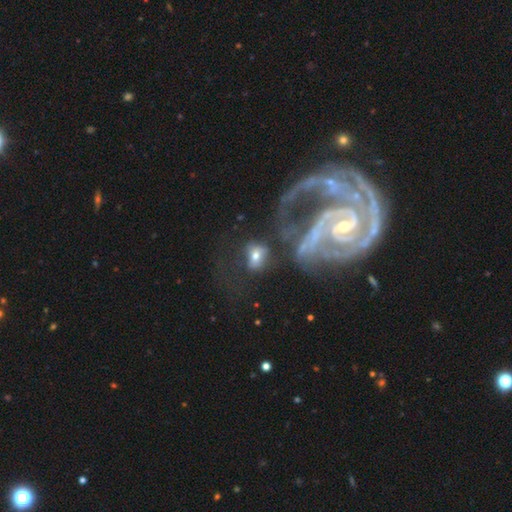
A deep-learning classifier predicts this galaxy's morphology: Overall: smooth (51%; featured or disk 36%). How rounded: in between (63%; round 34%). Merging: none (46%; major disturbance 21%).